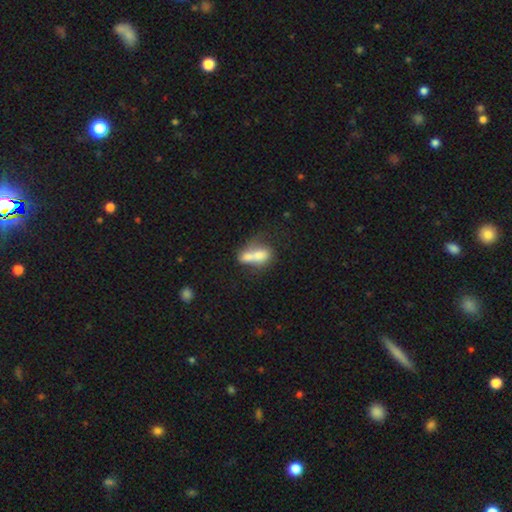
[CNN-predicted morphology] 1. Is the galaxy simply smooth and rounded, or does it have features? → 66% smooth, 25% featured or disk, 9% star or artifact.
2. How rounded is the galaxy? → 70% in between, 18% cigar-shaped, 12% round.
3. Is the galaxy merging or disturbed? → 61% merger, 18% none, 11% minor disturbance, 10% major disturbance.